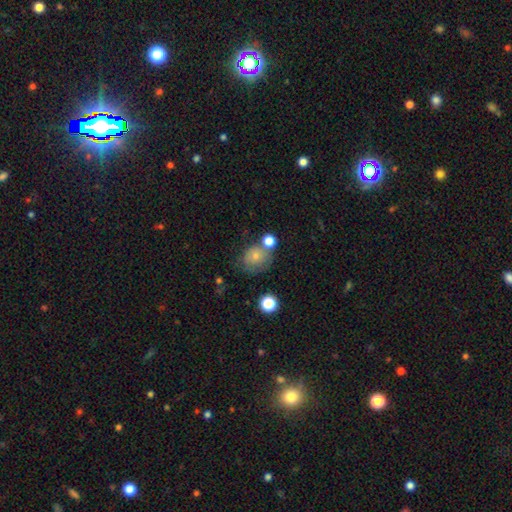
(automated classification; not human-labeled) smooth 68%, featured or disk 20%, star or artifact 12%. Down the decision tree: how rounded — round (73%); merging — none (48%).